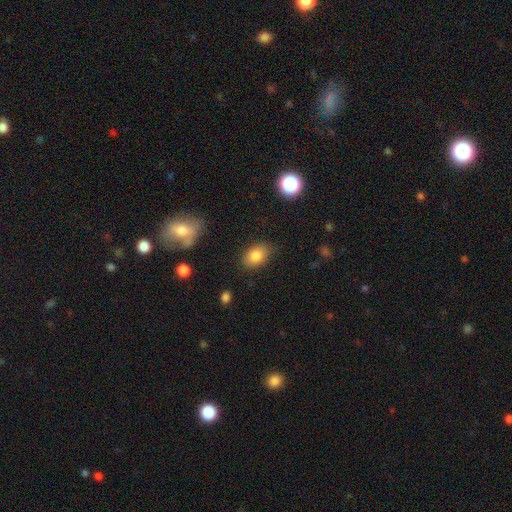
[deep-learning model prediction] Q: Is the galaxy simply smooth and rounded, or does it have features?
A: smooth — 83%.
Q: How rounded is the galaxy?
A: in between — 80%.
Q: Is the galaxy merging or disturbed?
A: none — 83%.